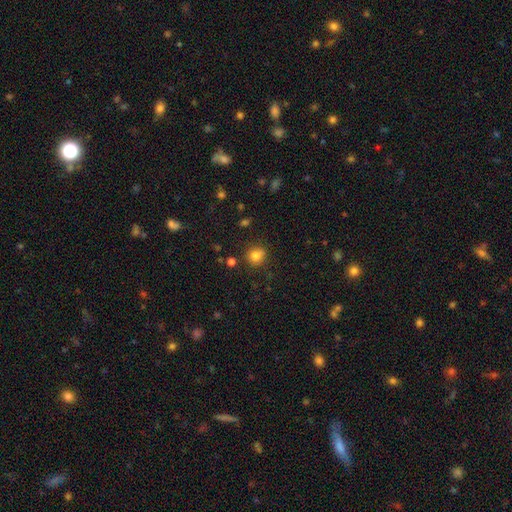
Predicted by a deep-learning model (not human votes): The model was most divided on "how rounded": round: 78%, in between: 21%, cigar-shaped: 1%. More confident: smooth or featured — smooth (81%); merging — none (80%).